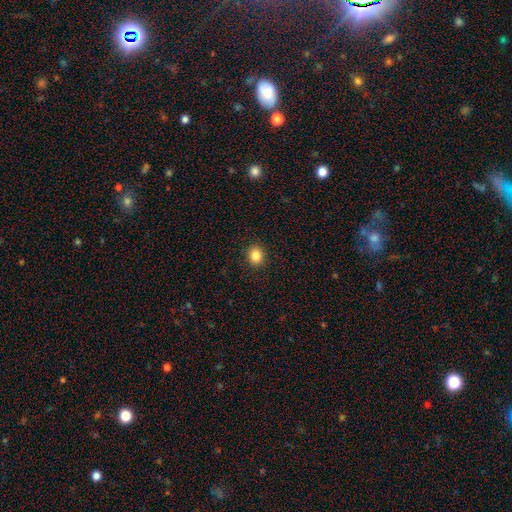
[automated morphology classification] smooth 84%, star or artifact 11%, featured or disk 5%. Down the decision tree: how rounded — round (74%); merging — none (91%).